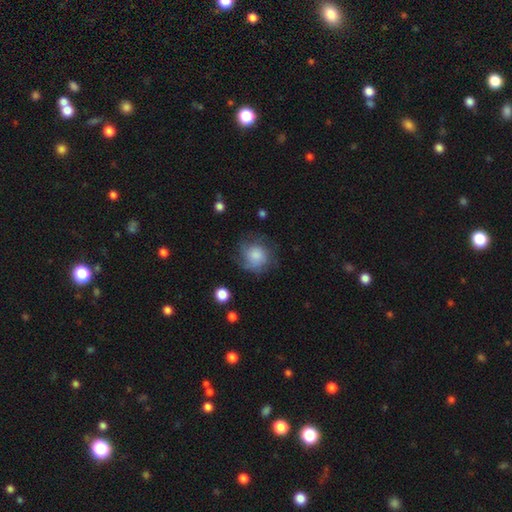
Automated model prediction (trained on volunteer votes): Overall: smooth (65%; featured or disk 27%). How rounded: round (84%). Merging: none (62%; minor disturbance 22%).